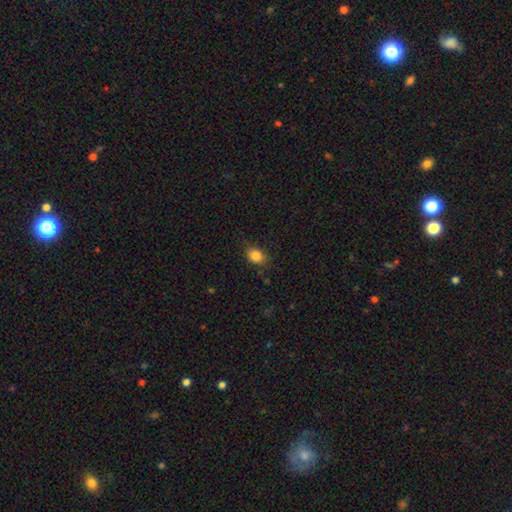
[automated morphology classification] Overall: smooth (85%). How rounded: in between (68%; round 31%). Merging: none (80%).